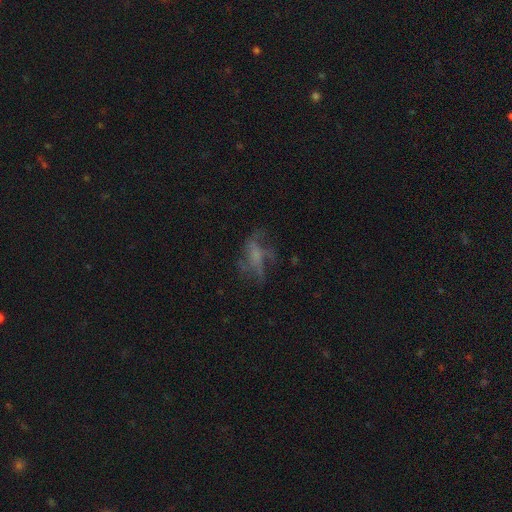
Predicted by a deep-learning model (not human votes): smooth-or-featured: featured or disk: 55% | smooth: 25% | star or artifact: 20%
  disk-edge-on: no: 93% | yes: 7%
    bar: no: 74% | weak: 20% | strong: 6%
    has-spiral-arms: no: 51% | yes: 49%
    bulge-size: none: 59% | small: 22% | moderate: 14% | large: 4% | dominant: 1%
  merging: none: 49% | major disturbance: 30% | minor disturbance: 17% | merger: 3%